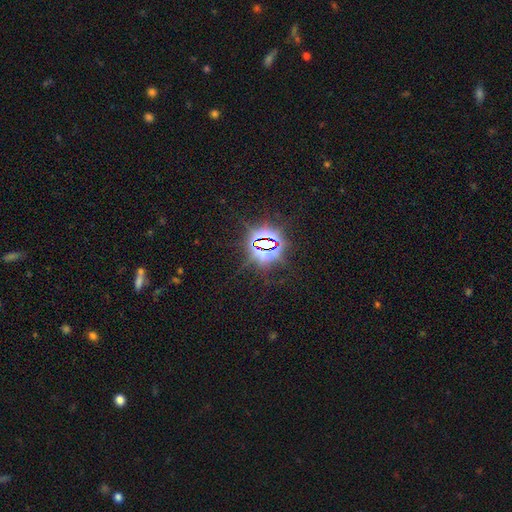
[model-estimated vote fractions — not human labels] A star or artifact, not a galaxy (82%).

Vote fractions:
- Smooth or featured? star or artifact: 82% / smooth: 10% / featured or disk: 8%